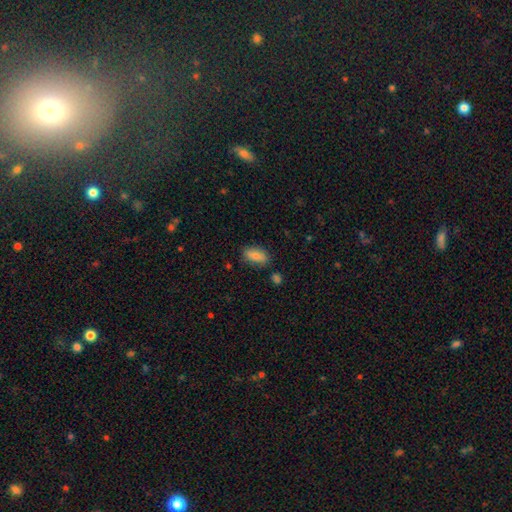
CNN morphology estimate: This is clearly a smooth galaxy (82%). How rounded: clearly in between (89%). Merging: clearly none (81%).